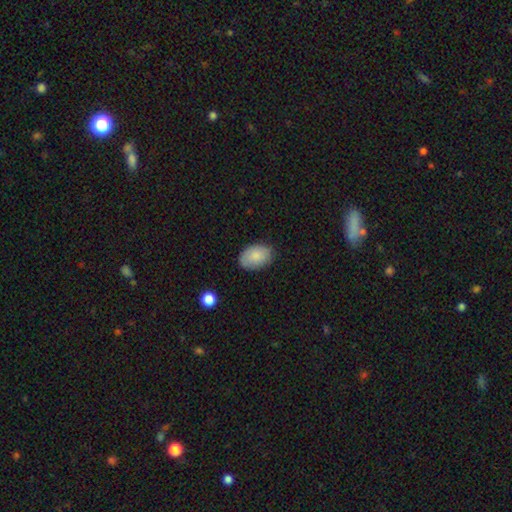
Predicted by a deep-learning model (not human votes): A smooth galaxy with no disk features (84%) that is in between round and cigar-shaped (87%).

Vote fractions:
- Smooth or featured? smooth: 84% / featured or disk: 10% / star or artifact: 7%
- How rounded? in between: 87% / round: 12% / cigar-shaped: 1%
- Merging? none: 80% / minor disturbance: 15% / major disturbance: 3% / merger: 1%